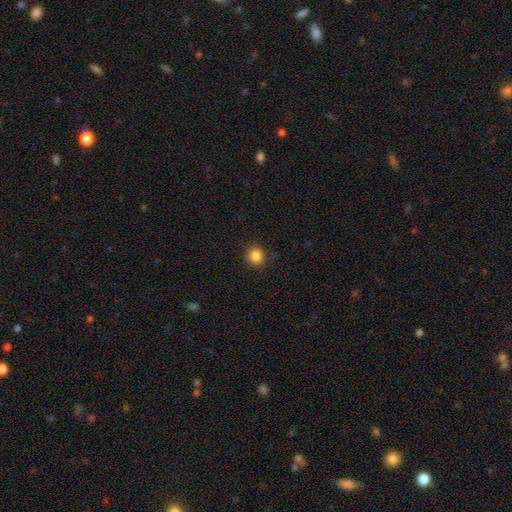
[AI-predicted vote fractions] This appears to be a smooth galaxy with no disk features (86%) that is round (88%). Merging: none (89%).